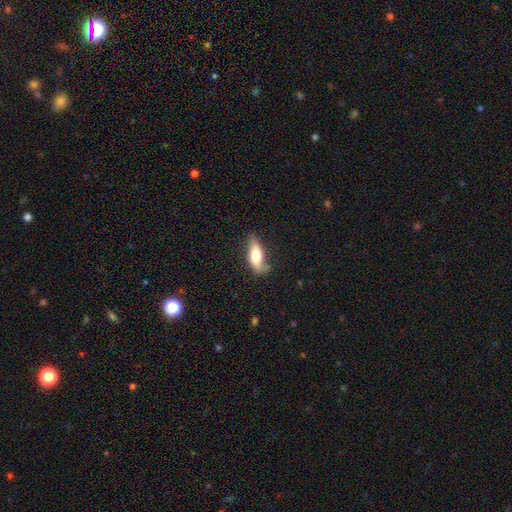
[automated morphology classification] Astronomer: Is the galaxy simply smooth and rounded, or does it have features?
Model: smooth — 56% (runner-up: featured or disk, 37%).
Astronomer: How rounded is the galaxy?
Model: in between — 68%.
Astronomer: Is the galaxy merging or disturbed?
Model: none — 55% (runner-up: minor disturbance, 30%).